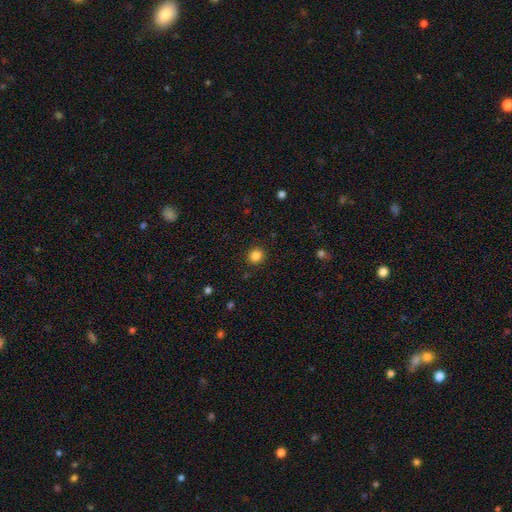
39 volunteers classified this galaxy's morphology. smooth-or-featured: smooth: 87% | star or artifact: 10% | featured or disk: 3%
  how-rounded: round: 100% | in between: 0% | cigar-shaped: 0%
  merging: none: 94% | minor disturbance: 6% | major disturbance: 0% | merger: 0%